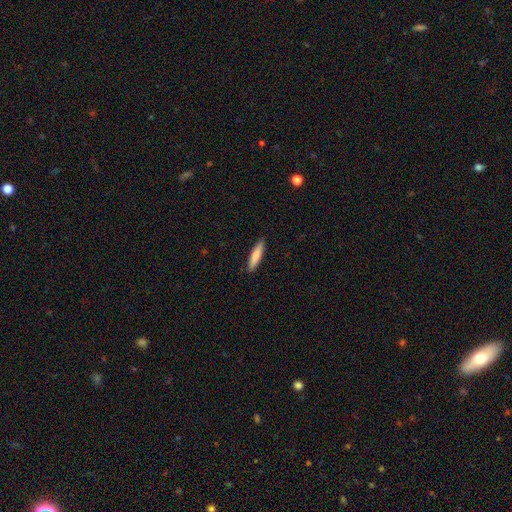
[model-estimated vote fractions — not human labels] Overall: smooth (81%). How rounded: cigar-shaped (81%). Merging: none (89%).